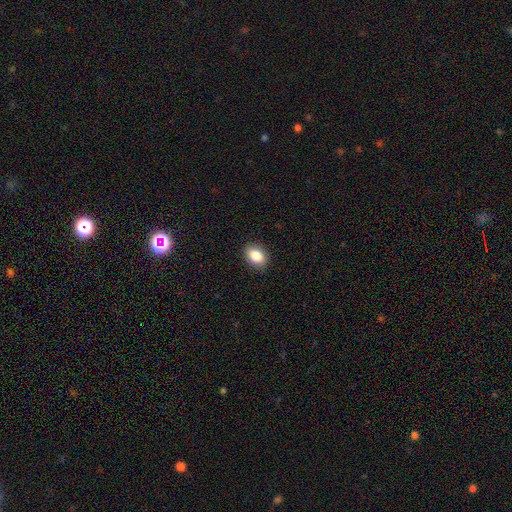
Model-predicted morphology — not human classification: smooth 86%, star or artifact 8%, featured or disk 6%. Down the decision tree: how rounded — in between (76%); merging — none (89%).